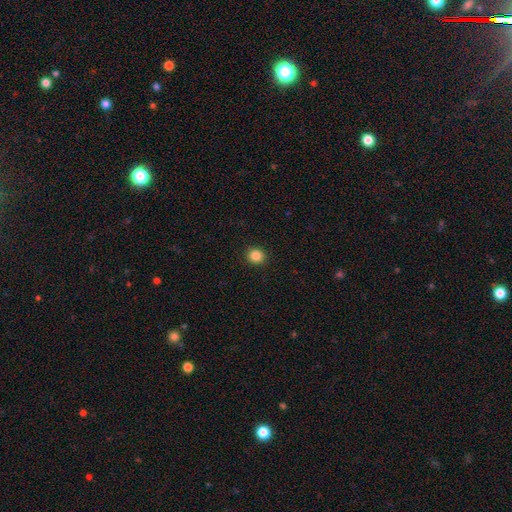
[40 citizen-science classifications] Smooth or featured? 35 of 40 (88%) said smooth. How rounded? 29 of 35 (83%) said round. Merging? 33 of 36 (92%) said none.